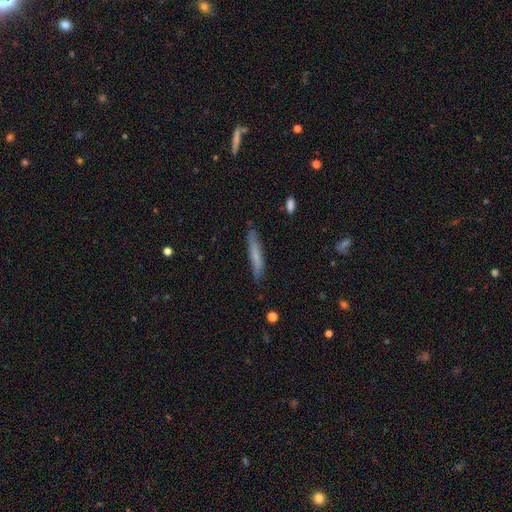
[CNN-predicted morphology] smooth-or-featured: smooth: 63% | featured or disk: 30% | star or artifact: 7%
  how-rounded: cigar-shaped: 92% | in between: 6% | round: 1%
  merging: none: 82% | minor disturbance: 14% | major disturbance: 2% | merger: 2%